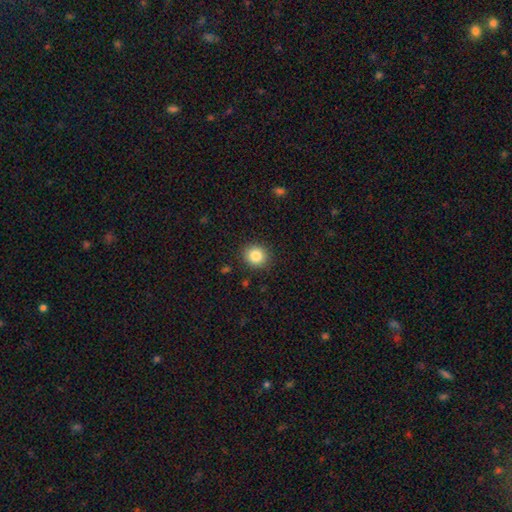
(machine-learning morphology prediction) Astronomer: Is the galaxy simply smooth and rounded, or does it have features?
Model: smooth — 85%.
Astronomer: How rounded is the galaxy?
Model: round — 82%.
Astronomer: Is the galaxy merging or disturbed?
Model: none — 89%.